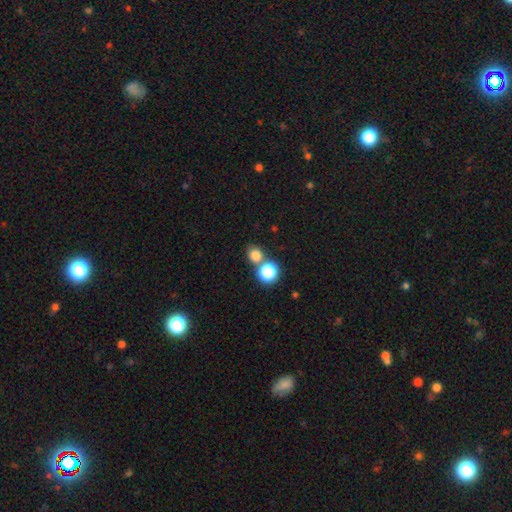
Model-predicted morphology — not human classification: A smooth galaxy with no disk features (76%) that is round (79%).

Vote fractions:
- Smooth or featured? smooth: 76% / star or artifact: 18% / featured or disk: 6%
- How rounded? round: 79% / in between: 20% / cigar-shaped: 1%
- Merging? none: 63% / merger: 26% / minor disturbance: 8% / major disturbance: 3%